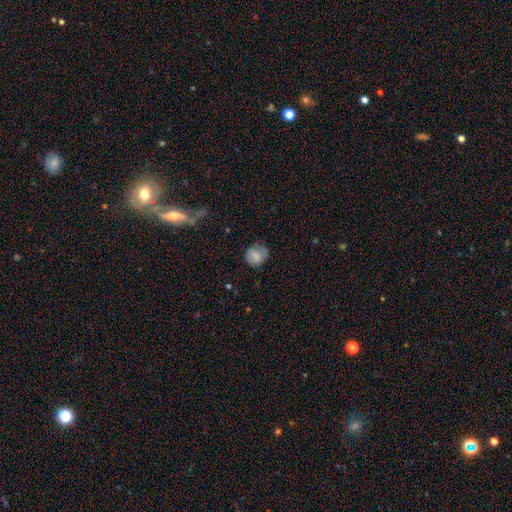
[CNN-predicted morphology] A smooth galaxy with no disk features (77%) that is round (78%).

Vote fractions:
- Smooth or featured? smooth: 77% / featured or disk: 14% / star or artifact: 8%
- How rounded? round: 78% / in between: 21% / cigar-shaped: 1%
- Merging? none: 72% / minor disturbance: 21% / major disturbance: 6% / merger: 1%